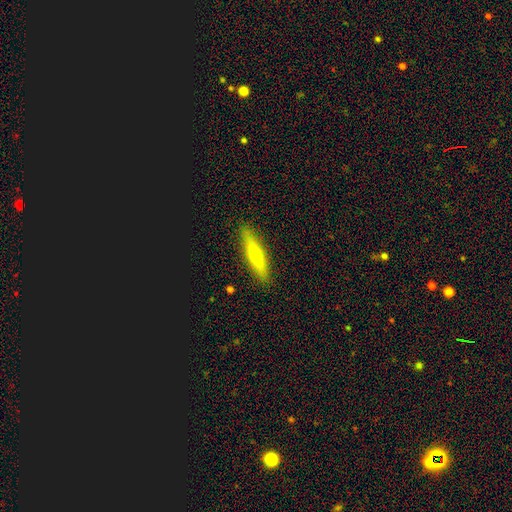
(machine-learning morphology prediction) smooth_or_featured: smooth (p=0.55) [alt: featured or disk p=0.39]
how_rounded: cigar-shaped (p=0.81) [alt: in between p=0.17]
merging: none (p=0.89) [alt: minor disturbance p=0.08]